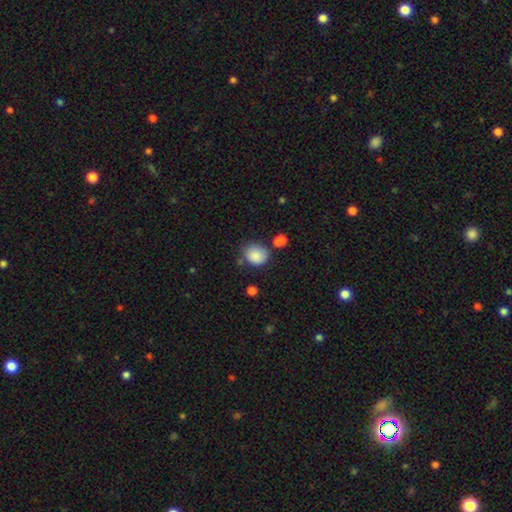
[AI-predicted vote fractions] Overall: smooth (86%). How rounded: round (58%; in between 41%). Merging: none (63%).